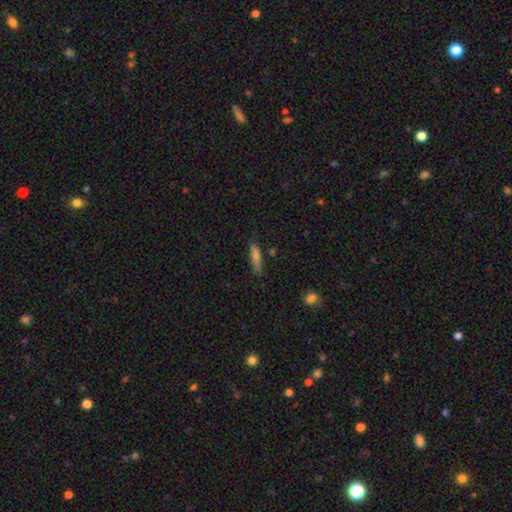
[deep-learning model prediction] A smooth galaxy with no disk features (72%) that is cigar-shaped (76%).

Vote fractions:
- Smooth or featured? smooth: 72% / featured or disk: 18% / star or artifact: 10%
- How rounded? cigar-shaped: 76% / in between: 22% / round: 2%
- Merging? none: 81% / minor disturbance: 14% / major disturbance: 3% / merger: 2%